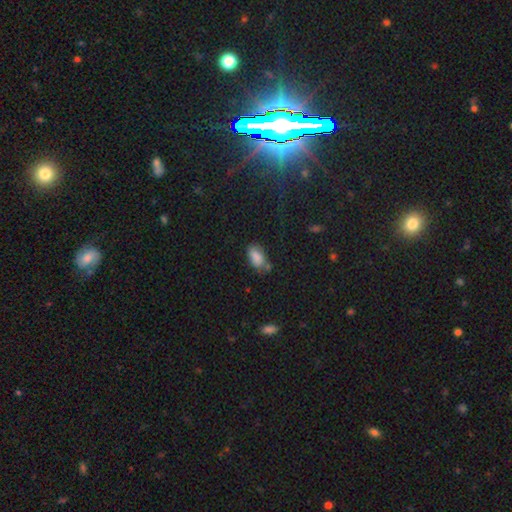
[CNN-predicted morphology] smooth-or-featured: smooth: 83% | star or artifact: 9% | featured or disk: 8%
  how-rounded: in between: 92% | round: 4% | cigar-shaped: 4%
  merging: none: 57% | minor disturbance: 25% | merger: 11% | major disturbance: 7%